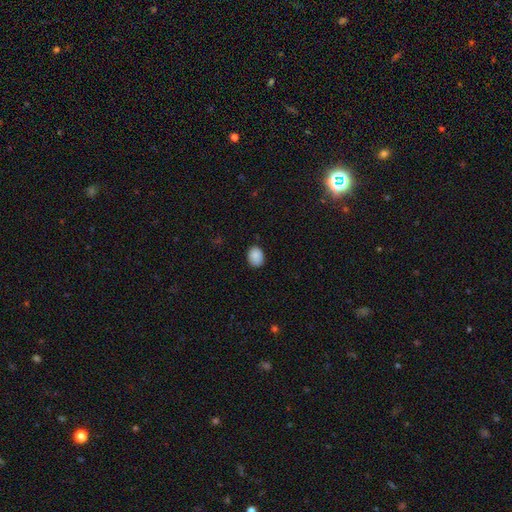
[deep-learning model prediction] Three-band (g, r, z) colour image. It shows a smooth galaxy with no disk features (87%) that is in between round and cigar-shaped (60%). Merging: none (84%).